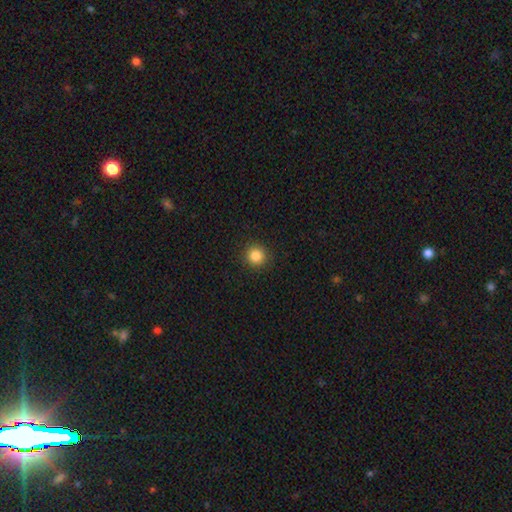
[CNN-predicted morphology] A smooth galaxy with no disk features (86%) that is round (93%). Merging: none (91%).